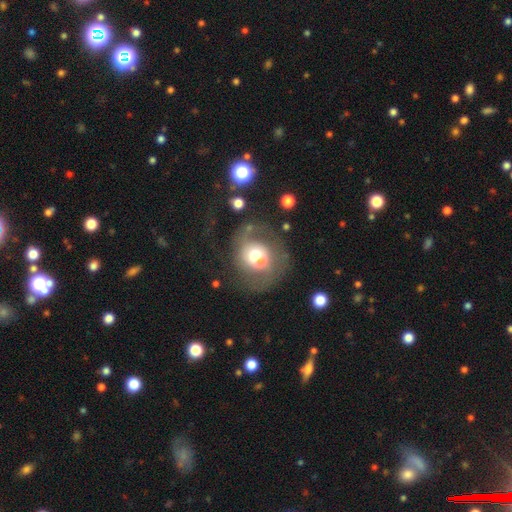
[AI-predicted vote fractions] The model was most divided on "merging": none: 33%, merger: 27%, major disturbance: 24%, minor disturbance: 16%. More confident: edge-on disk — no (97%); smooth or featured — featured or disk (51%).